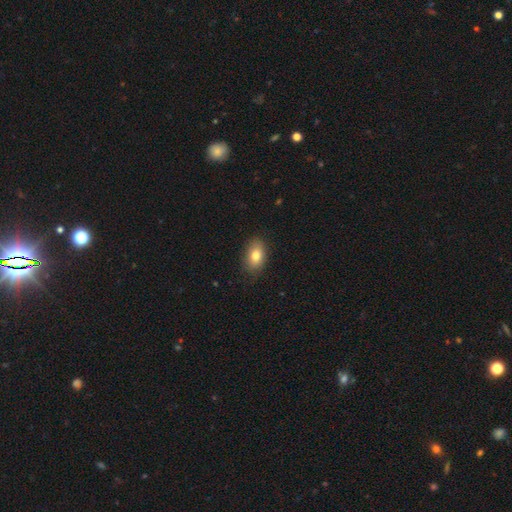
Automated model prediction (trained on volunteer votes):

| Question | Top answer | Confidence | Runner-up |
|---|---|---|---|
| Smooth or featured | smooth | 79% | featured or disk (12%) |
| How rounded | in between | 87% | round (12%) |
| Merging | none | 83% | minor disturbance (13%) |